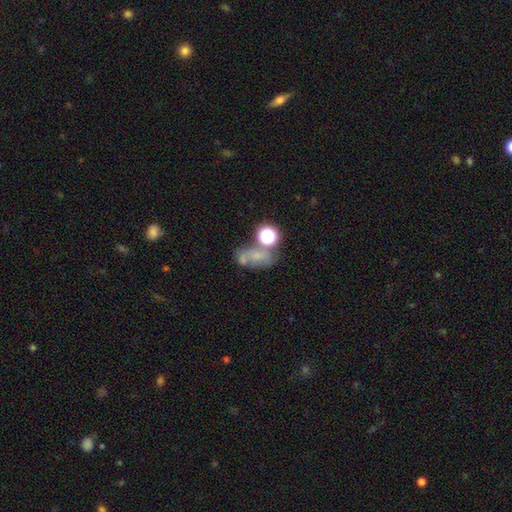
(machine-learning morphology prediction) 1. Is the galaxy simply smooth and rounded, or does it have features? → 44% smooth, 31% star or artifact, 25% featured or disk.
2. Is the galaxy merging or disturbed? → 37% none, 30% merger, 17% minor disturbance, 16% major disturbance.